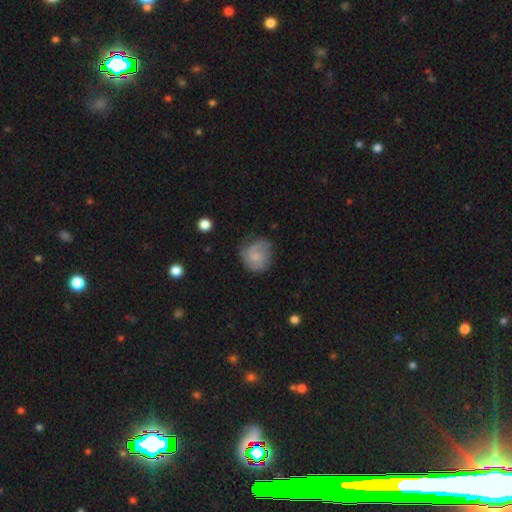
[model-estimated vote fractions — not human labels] Q: Smooth or featured?
A: smooth (55%); runner-up: featured or disk (38%)
Q: How rounded?
A: round (80%); runner-up: in between (19%)
Q: Merging?
A: none (52%); runner-up: minor disturbance (31%)